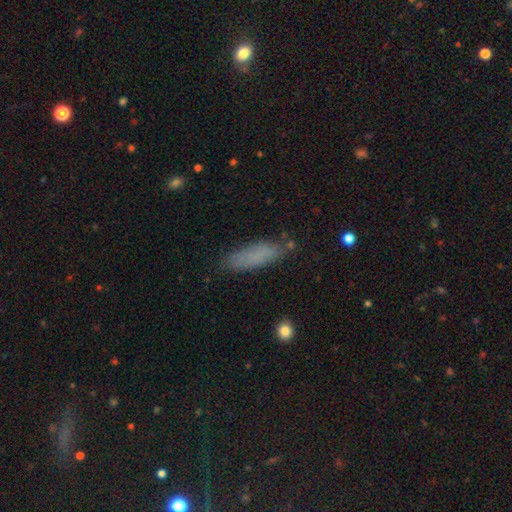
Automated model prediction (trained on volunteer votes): Overall: smooth (78%). How rounded: cigar-shaped (61%; in between 37%). Merging: none (76%).